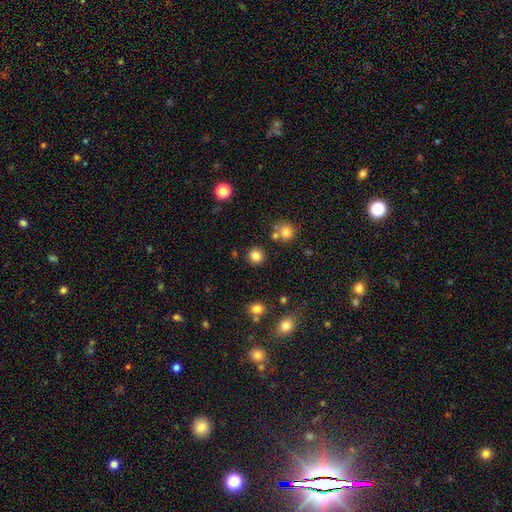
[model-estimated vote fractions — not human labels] This appears to be a smooth galaxy with no disk features (82%) that is round (91%). Merging: none (86%).